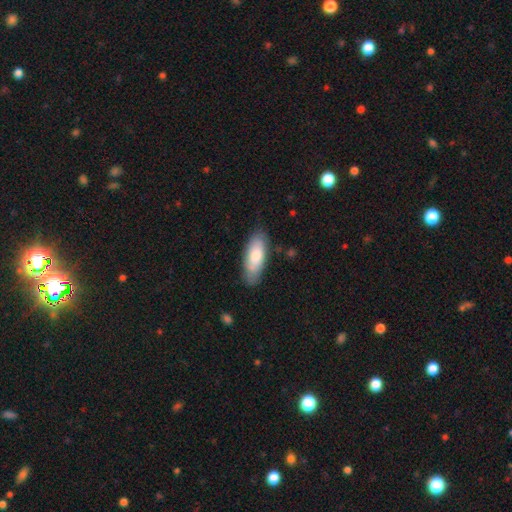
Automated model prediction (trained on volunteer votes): smooth_or_featured: smooth (p=0.76) [alt: featured or disk p=0.19]
how_rounded: in between (p=0.74) [alt: cigar-shaped p=0.24]
merging: none (p=0.80) [alt: minor disturbance p=0.15]